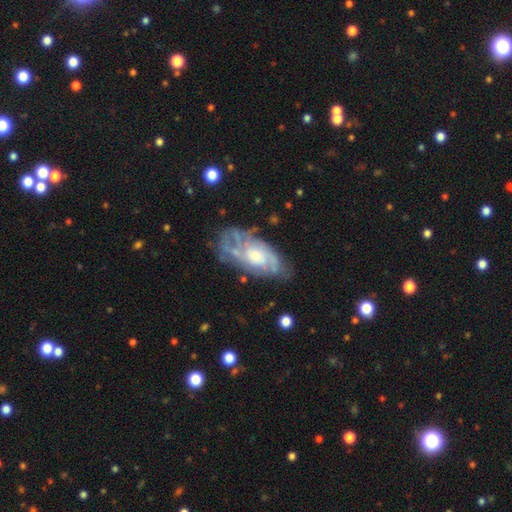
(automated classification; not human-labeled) A featured or disk galaxy (79%) with no bar (72%), tight (53%) spiral arms (87%) and a moderate central bulge (53%). Merging: none (63%).